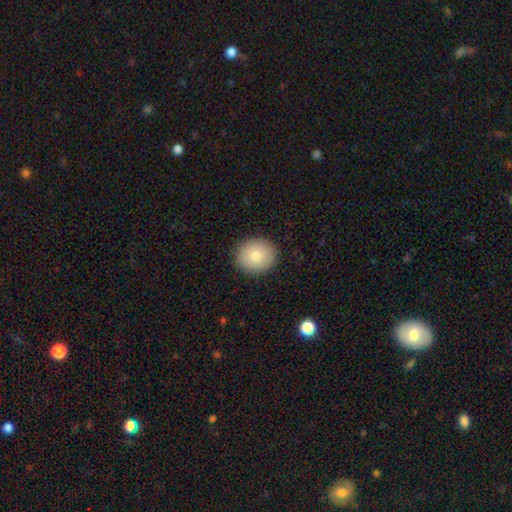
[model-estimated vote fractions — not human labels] smooth-or-featured: smooth: 80% | featured or disk: 12% | star or artifact: 8%
  how-rounded: round: 83% | in between: 16% | cigar-shaped: 1%
  merging: none: 90% | minor disturbance: 7% | major disturbance: 2% | merger: 1%